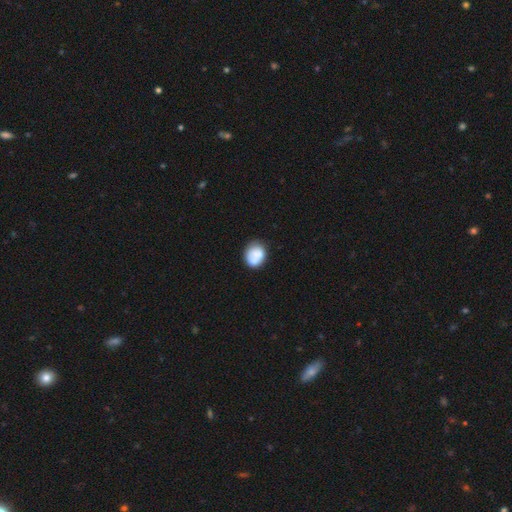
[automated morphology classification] The model was most divided on "how rounded": round: 60%, in between: 39%, cigar-shaped: 1%. More confident: smooth or featured — smooth (76%); merging — none (55%).